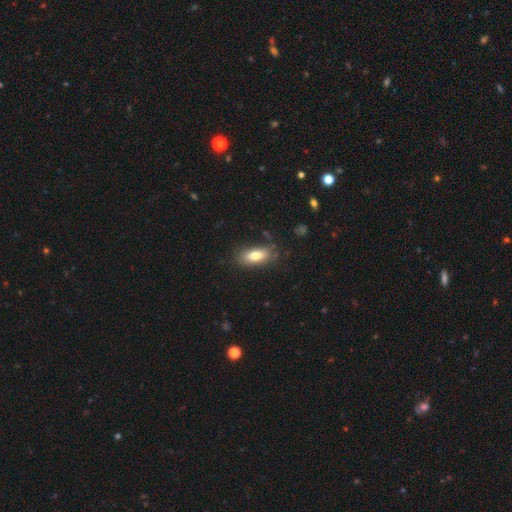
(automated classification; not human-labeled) Overall: smooth (77%). How rounded: in between (83%). Merging: none (78%).